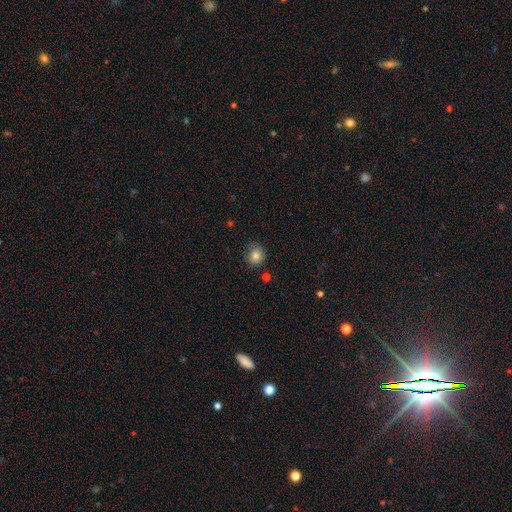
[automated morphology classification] Overall: smooth (82%). How rounded: round (77%). Merging: none (69%).